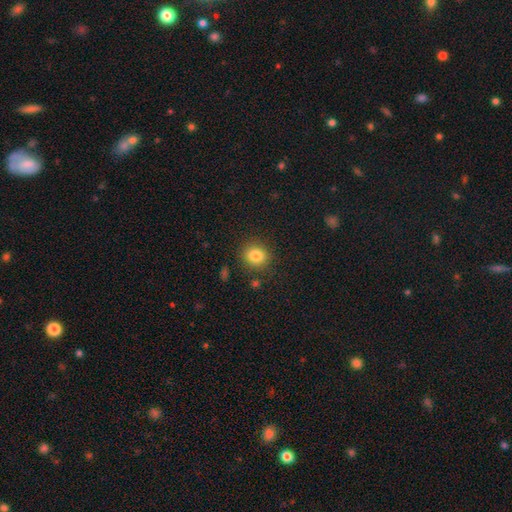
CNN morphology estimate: smooth 84%, star or artifact 10%, featured or disk 6%. Down the decision tree: how rounded — round (77%); merging — none (86%).